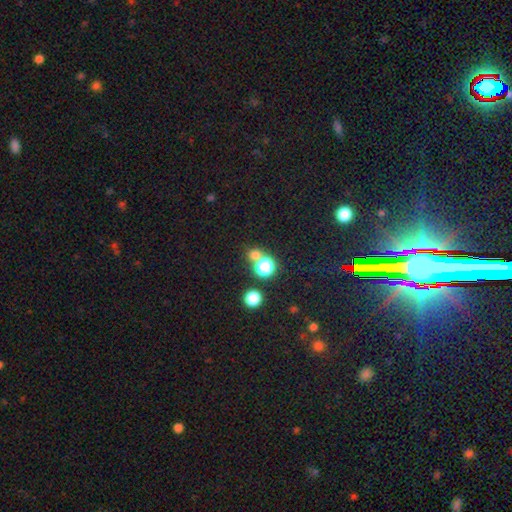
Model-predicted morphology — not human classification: Smooth or featured?
  - smooth: 62% *
  - star or artifact: 31%
  - featured or disk: 6%
How rounded?
  - round: 84% *
  - in between: 15%
  - cigar-shaped: 1%
Merging?
  - none: 64% *
  - merger: 25%
  - minor disturbance: 7%
  - major disturbance: 4%